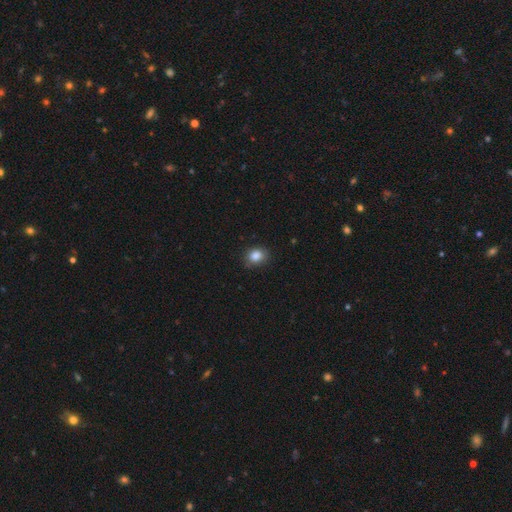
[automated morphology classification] smooth 85%, star or artifact 10%, featured or disk 5%. Down the decision tree: how rounded — round (51%); merging — none (81%).